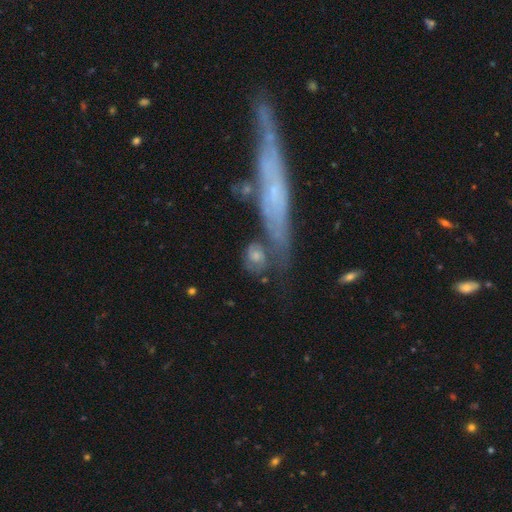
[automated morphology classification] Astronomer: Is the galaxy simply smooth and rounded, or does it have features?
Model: featured or disk — 45% (runner-up: smooth, 43%).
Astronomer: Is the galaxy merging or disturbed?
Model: none — 43% (runner-up: merger, 22%).